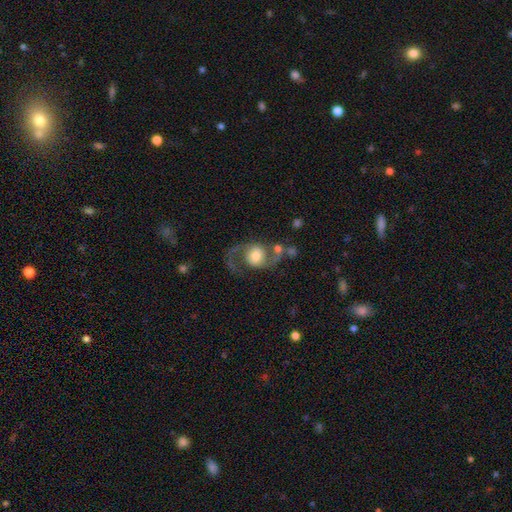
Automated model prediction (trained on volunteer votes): A featured or disk galaxy (73%) with no bar (62%), 2 (90%) loose (55%) spiral arms (89%) and a moderate central bulge (49%). Merging: none (54%).